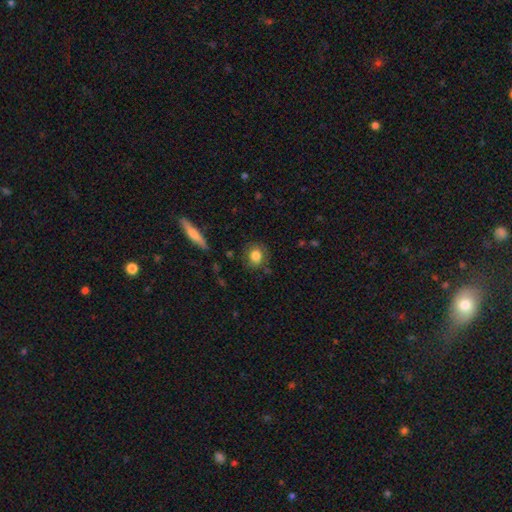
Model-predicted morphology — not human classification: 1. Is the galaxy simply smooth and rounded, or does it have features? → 80% smooth, 12% featured or disk, 8% star or artifact.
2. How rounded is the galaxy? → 74% round, 24% in between, 2% cigar-shaped.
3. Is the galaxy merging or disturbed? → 79% none, 15% minor disturbance, 4% major disturbance, 2% merger.